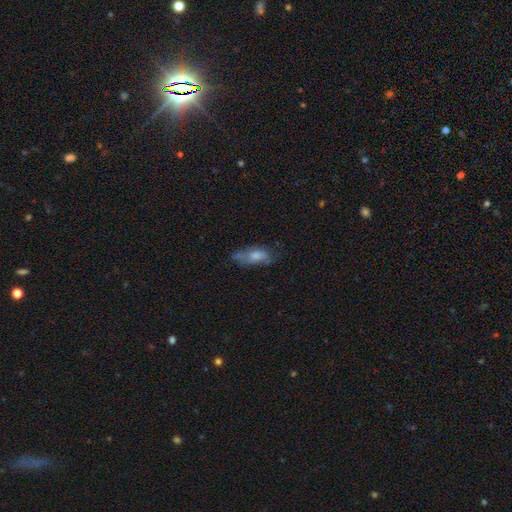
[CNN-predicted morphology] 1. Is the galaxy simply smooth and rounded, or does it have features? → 61% smooth, 31% featured or disk, 9% star or artifact.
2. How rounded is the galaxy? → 75% in between, 22% cigar-shaped, 3% round.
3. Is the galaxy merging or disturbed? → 48% none, 31% minor disturbance, 16% major disturbance, 5% merger.